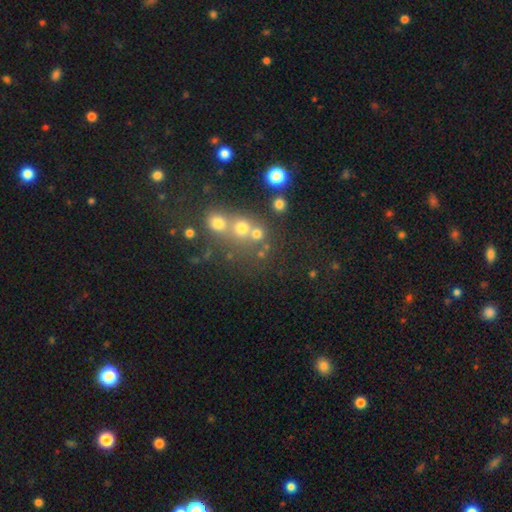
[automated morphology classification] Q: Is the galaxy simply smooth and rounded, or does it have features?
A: smooth — 46%.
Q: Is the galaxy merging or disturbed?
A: none — 44%.